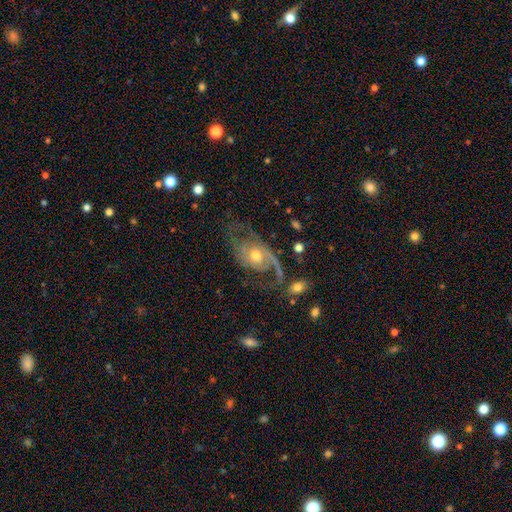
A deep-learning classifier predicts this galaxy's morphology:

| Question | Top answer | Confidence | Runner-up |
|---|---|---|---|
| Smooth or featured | featured or disk | 81% | smooth (11%) |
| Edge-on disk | no | 95% | yes (5%) |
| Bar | no | 73% | weak (21%) |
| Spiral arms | yes | 90% | no (10%) |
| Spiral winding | medium | 44% | loose (34%) |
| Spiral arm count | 2 | 64% | 1 (15%) |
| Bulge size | moderate | 61% | small (32%) |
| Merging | none | 52% | major disturbance (24%) |